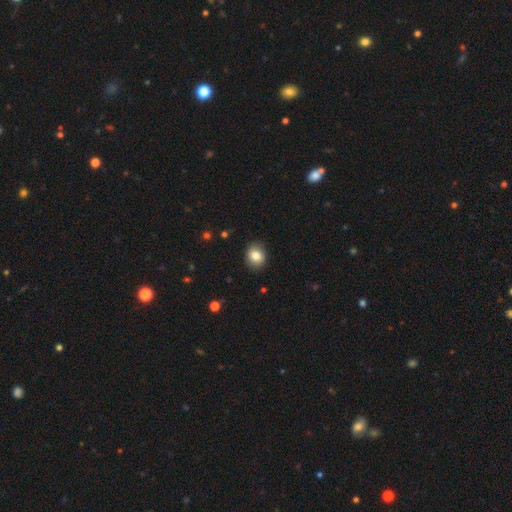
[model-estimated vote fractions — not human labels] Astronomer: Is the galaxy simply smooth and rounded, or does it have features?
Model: smooth — 82%.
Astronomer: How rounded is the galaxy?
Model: round — 62%.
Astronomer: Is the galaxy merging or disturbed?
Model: none — 87%.